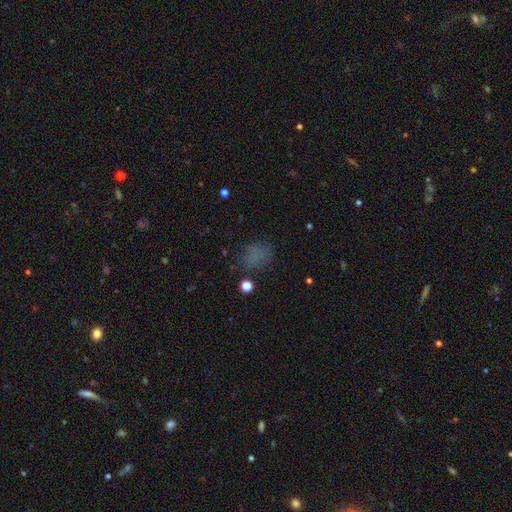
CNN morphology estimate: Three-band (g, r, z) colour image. It shows a smooth galaxy with no disk features (67%) that is in between round and cigar-shaped (55%). Merging: none (66%).